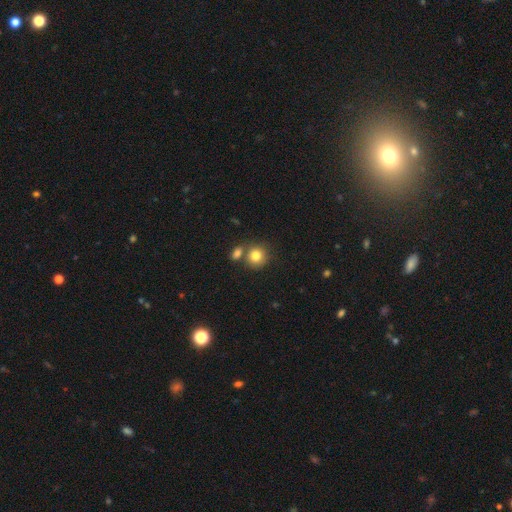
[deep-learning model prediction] Smooth or featured? smooth (81%)
How rounded? round (85%)
Merging? none (60%)